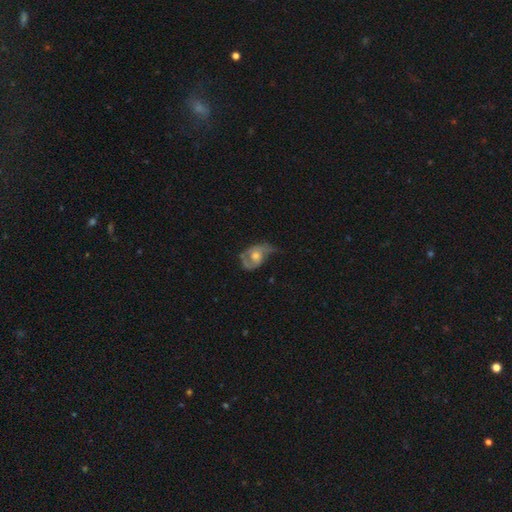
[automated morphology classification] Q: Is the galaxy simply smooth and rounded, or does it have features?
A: featured or disk — 64%.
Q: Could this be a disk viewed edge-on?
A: no — 96%.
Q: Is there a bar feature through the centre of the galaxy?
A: no — 74%.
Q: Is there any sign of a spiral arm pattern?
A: yes — 75%.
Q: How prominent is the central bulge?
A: moderate — 64%.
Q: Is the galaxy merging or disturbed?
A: none — 33%, tied with major disturbance.